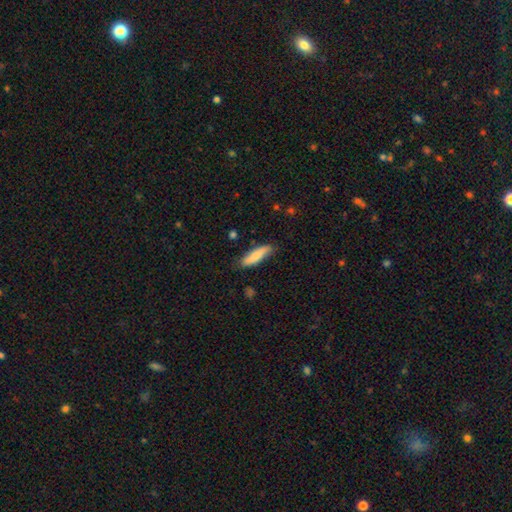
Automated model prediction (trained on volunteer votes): smooth-or-featured: smooth: 80% | featured or disk: 15% | star or artifact: 6%
  how-rounded: cigar-shaped: 61% | in between: 37% | round: 2%
  merging: none: 81% | minor disturbance: 15% | major disturbance: 3% | merger: 2%